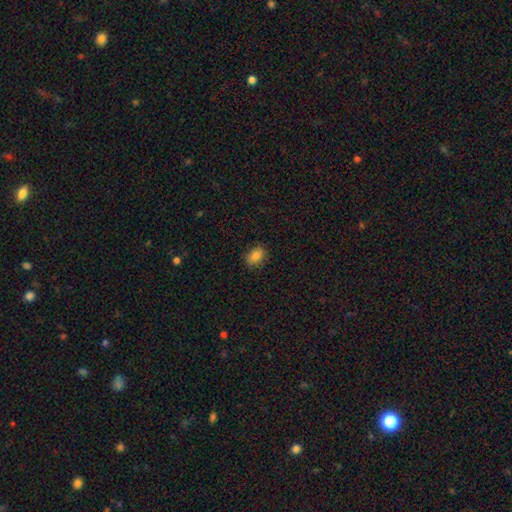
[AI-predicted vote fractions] Smooth or featured? Predicted: smooth (p=0.84). How rounded? Predicted: in between (p=0.73). Merging? Predicted: none (p=0.85).